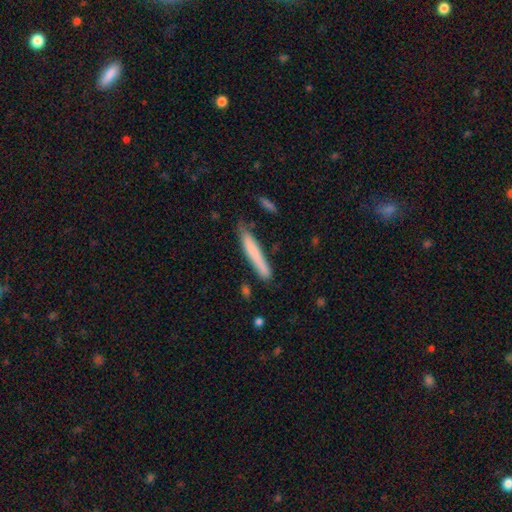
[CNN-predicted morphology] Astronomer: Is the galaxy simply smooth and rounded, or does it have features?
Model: smooth — 74%.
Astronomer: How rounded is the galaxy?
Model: cigar-shaped — 94%.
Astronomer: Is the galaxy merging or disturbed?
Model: none — 70%.